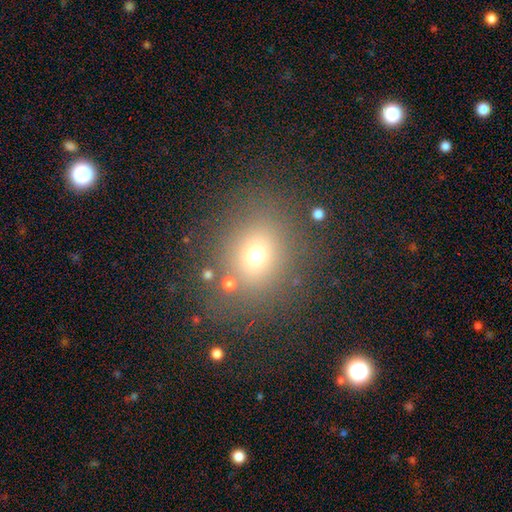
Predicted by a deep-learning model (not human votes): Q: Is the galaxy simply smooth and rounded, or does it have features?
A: smooth — 66%.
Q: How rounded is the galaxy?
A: round — 74%.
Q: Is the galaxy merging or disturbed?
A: none — 80%.